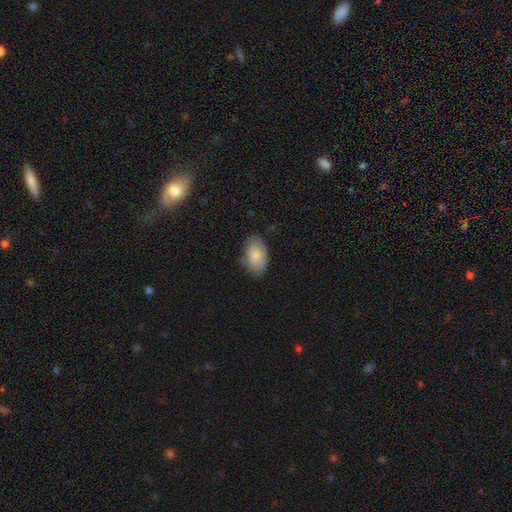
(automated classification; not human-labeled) Smooth or featured? Predicted: smooth (p=0.85). How rounded? Predicted: in between (p=0.92). Merging? Predicted: none (p=0.75).